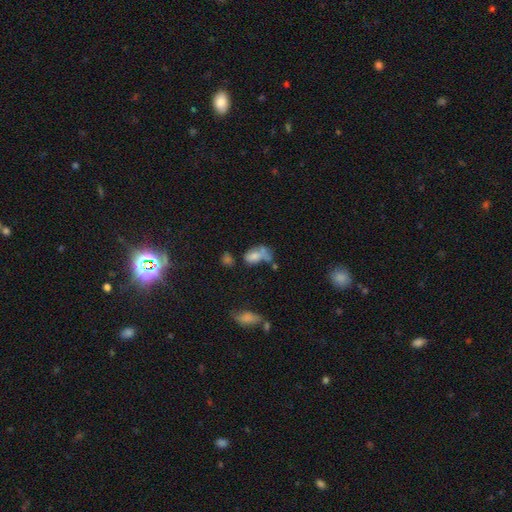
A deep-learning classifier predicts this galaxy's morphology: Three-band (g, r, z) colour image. It shows a smooth galaxy with no disk features (66%) that is in between round and cigar-shaped (85%). Merging: merger (35%).